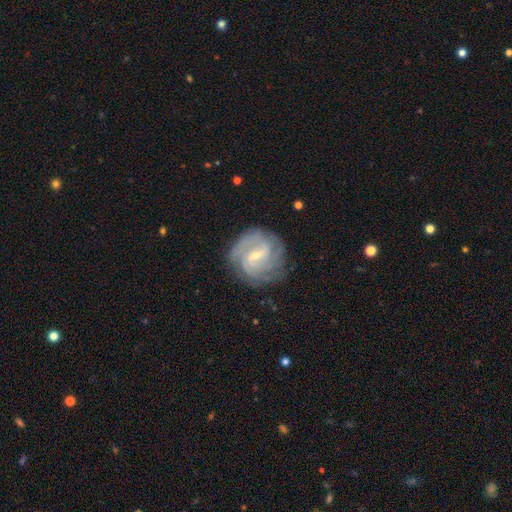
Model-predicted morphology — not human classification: The model was most divided on "spiral arm count": 2: 29%, can't tell: 26%, 3: 24%, 4: 11%, 1: 5%, more than 4: 5%. More confident: edge-on disk — no (97%); spiral arms — yes (95%); smooth or featured — featured or disk (84%); merging — none (77%); bulge size — small (65%); bar — weak (54%); spiral winding — tight (52%).